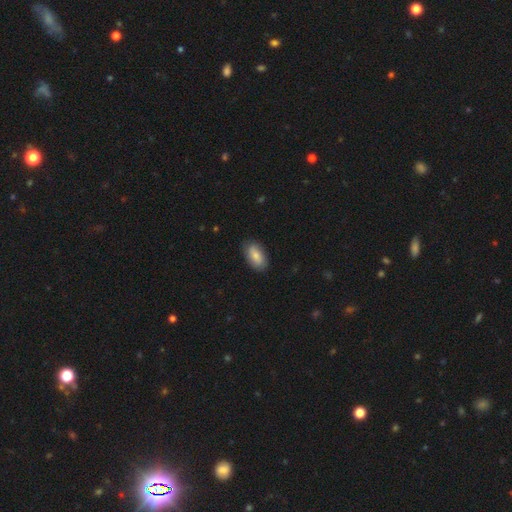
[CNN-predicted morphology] This appears to be a smooth galaxy with no disk features (77%) that is in between round and cigar-shaped (93%). Merging: none (83%).